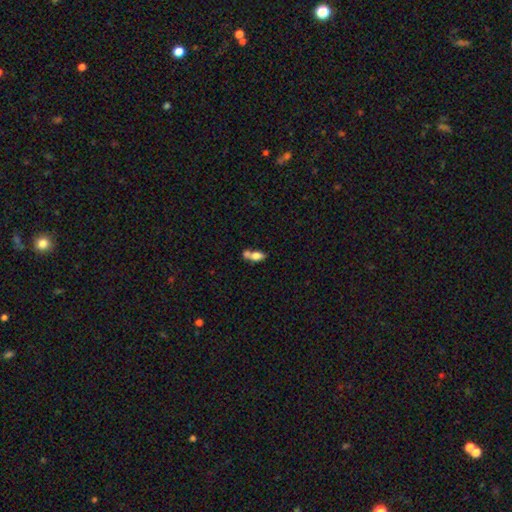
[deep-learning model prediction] A smooth galaxy with no disk features (71%) that is in between round and cigar-shaped (82%).

Vote fractions:
- Smooth or featured? smooth: 71% / featured or disk: 20% / star or artifact: 9%
- How rounded? in between: 82% / cigar-shaped: 10% / round: 8%
- Merging? merger: 55% / none: 29% / minor disturbance: 11% / major disturbance: 5%